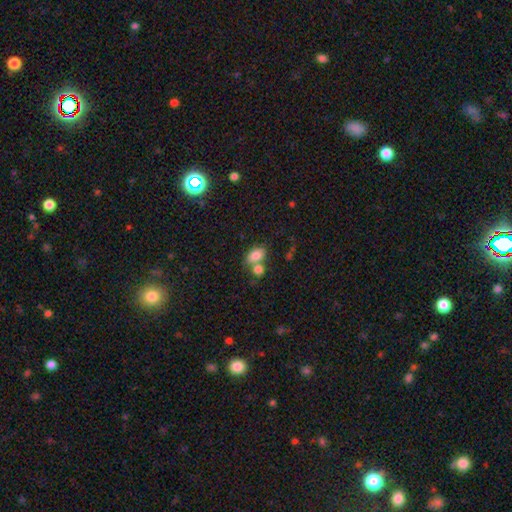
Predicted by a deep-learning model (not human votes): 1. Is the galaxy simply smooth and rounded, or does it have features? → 82% smooth, 10% featured or disk, 9% star or artifact.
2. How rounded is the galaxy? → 86% in between, 12% round, 2% cigar-shaped.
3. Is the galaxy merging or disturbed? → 43% merger, 40% none, 12% minor disturbance, 5% major disturbance.